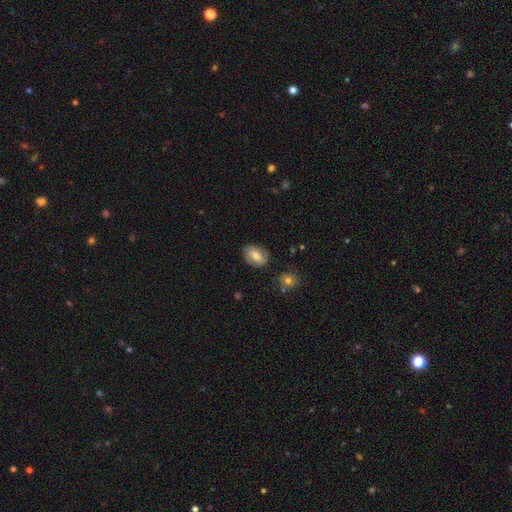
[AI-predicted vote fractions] Smooth or featured?
  - smooth: 53% *
  - featured or disk: 38%
  - star or artifact: 8%
How rounded?
  - in between: 75% *
  - round: 23%
  - cigar-shaped: 2%
Merging?
  - none: 78% *
  - minor disturbance: 16%
  - major disturbance: 4%
  - merger: 2%